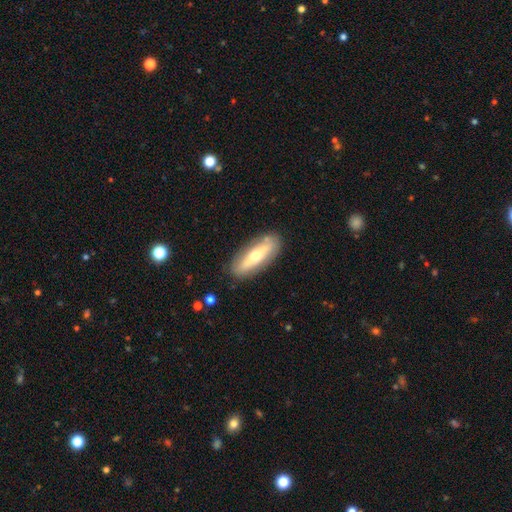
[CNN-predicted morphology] featured or disk 52%, smooth 42%, star or artifact 6%. Down the decision tree: edge-on disk — yes (51%); merging — none (85%).